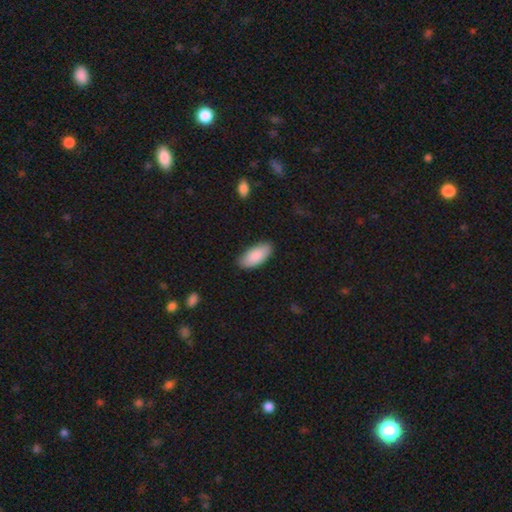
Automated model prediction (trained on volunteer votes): Smooth or featured: smooth — 88% (featured or disk — 6%)
How rounded: in between — 91% (cigar-shaped — 8%)
Merging: none — 86% (minor disturbance — 11%)